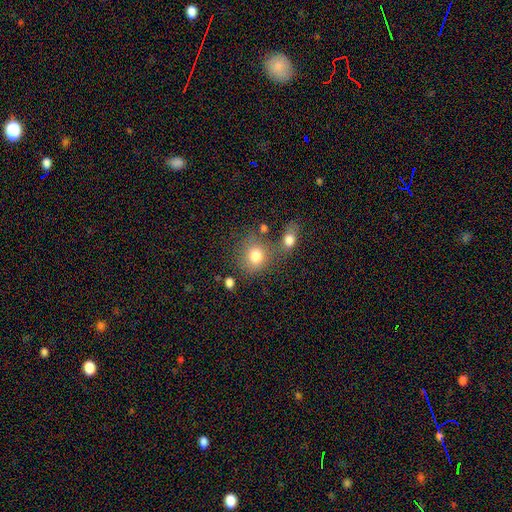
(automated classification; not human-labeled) smooth_or_featured: smooth (p=0.79) [alt: star or artifact p=0.11]
how_rounded: round (p=0.75) [alt: in between p=0.24]
merging: none (p=0.53) [alt: merger p=0.27]